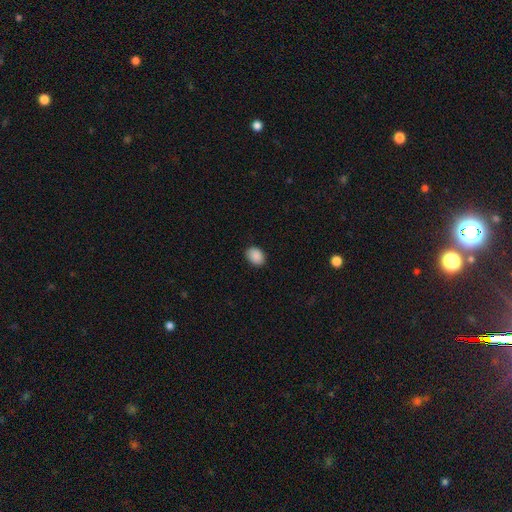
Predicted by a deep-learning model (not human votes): A smooth galaxy with no disk features (90%) that is in between round and cigar-shaped (67%).

Vote fractions:
- Smooth or featured? smooth: 90% / star or artifact: 8% / featured or disk: 3%
- How rounded? in between: 67% / round: 32% / cigar-shaped: 1%
- Merging? none: 87% / minor disturbance: 10% / major disturbance: 2% / merger: 1%